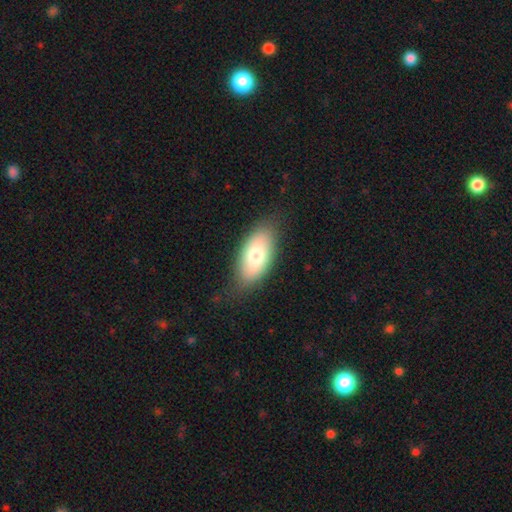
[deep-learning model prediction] A smooth galaxy with no disk features (73%) that is in between round and cigar-shaped (91%). Merging: none (78%).